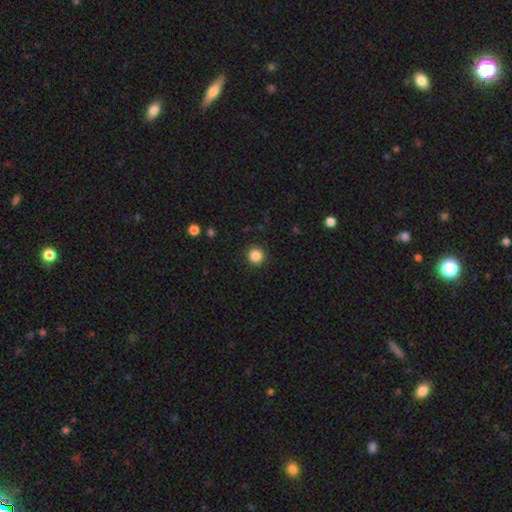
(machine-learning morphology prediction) A smooth galaxy with no disk features (86%) that is round (95%). Merging: none (92%).